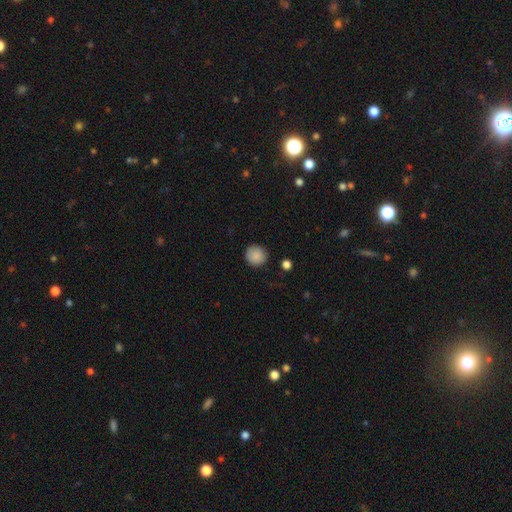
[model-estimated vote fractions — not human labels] smooth-or-featured: smooth: 88% | star or artifact: 8% | featured or disk: 4%
  how-rounded: round: 93% | in between: 6% | cigar-shaped: 1%
  merging: none: 89% | minor disturbance: 8% | major disturbance: 2% | merger: 1%